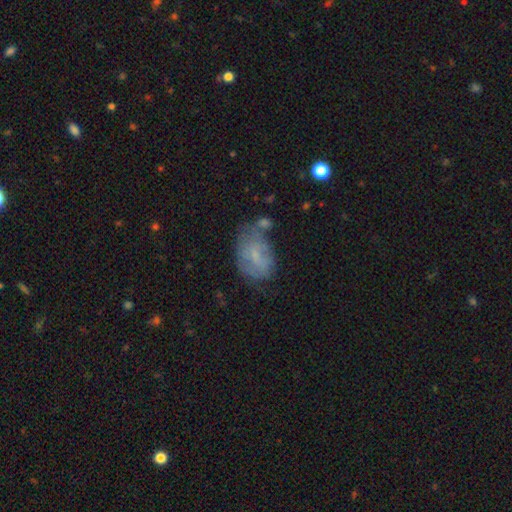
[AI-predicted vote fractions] This appears to be a smooth galaxy with no disk features (52%) that is in between round and cigar-shaped (82%). Merging: none (45%).